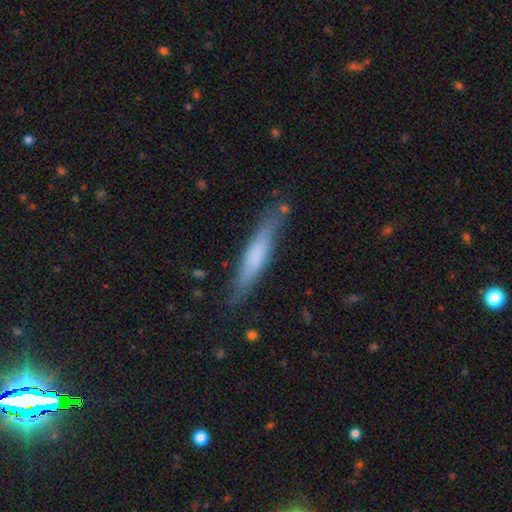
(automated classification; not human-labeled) Smooth or featured: smooth — 60% (featured or disk — 34%)
How rounded: cigar-shaped — 89% (in between — 9%)
Merging: none — 79% (minor disturbance — 15%)